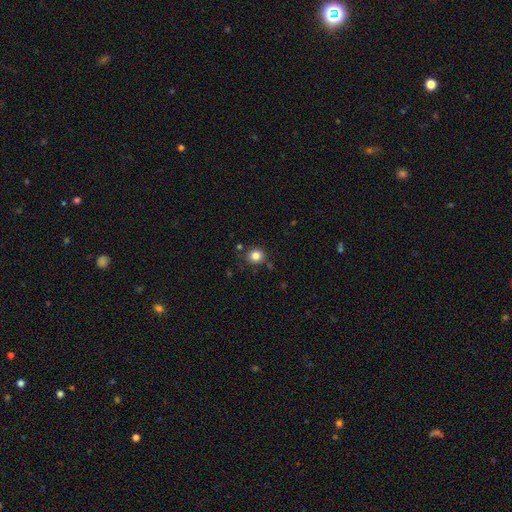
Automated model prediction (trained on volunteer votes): smooth-or-featured: smooth: 83% | star or artifact: 12% | featured or disk: 6%
  how-rounded: round: 85% | in between: 14% | cigar-shaped: 1%
  merging: none: 83% | minor disturbance: 10% | merger: 4% | major disturbance: 3%